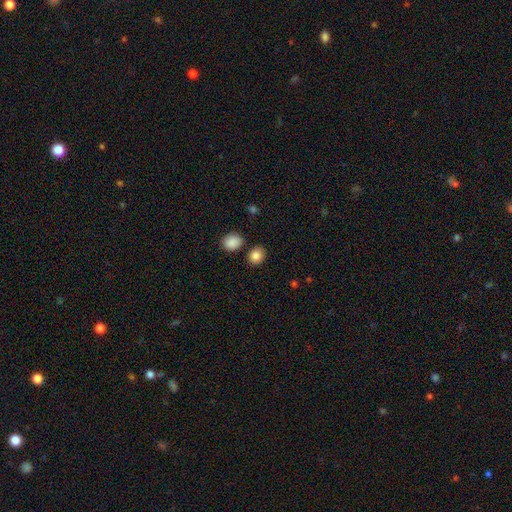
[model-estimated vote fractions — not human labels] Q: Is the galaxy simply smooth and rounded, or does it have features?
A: smooth — 86%.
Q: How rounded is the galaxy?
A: round — 66%.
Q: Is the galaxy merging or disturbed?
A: none — 80%.